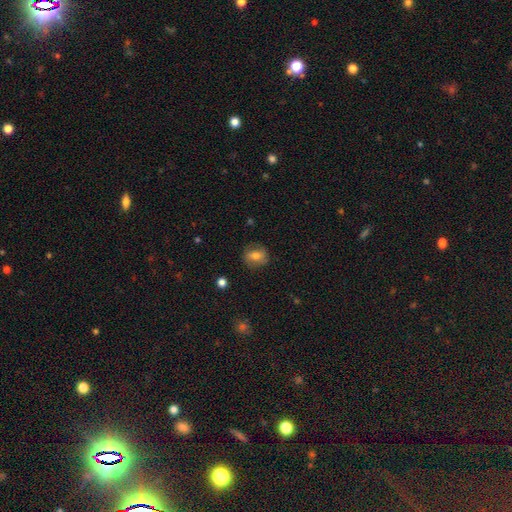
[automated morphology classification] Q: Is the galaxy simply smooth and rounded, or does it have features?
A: smooth — 65%.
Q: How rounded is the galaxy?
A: round — 59%.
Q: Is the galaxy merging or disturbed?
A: none — 79%.